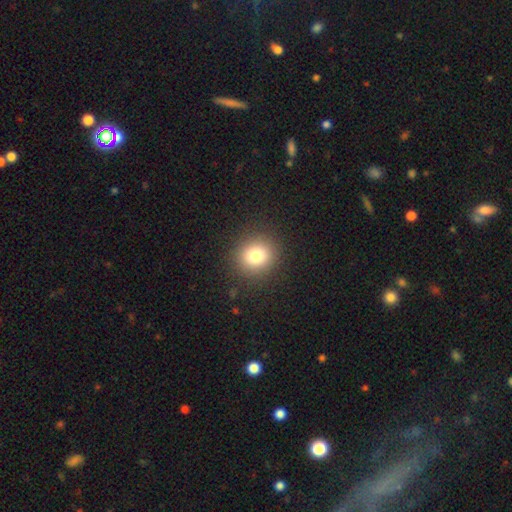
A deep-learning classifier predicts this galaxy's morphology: Smooth or featured: smooth — 80% (star or artifact — 12%)
How rounded: round — 84% (in between — 15%)
Merging: none — 90% (minor disturbance — 6%)